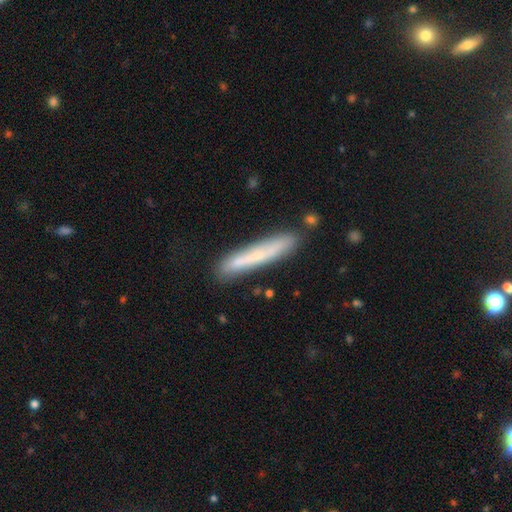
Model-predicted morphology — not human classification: smooth 53%, featured or disk 40%, star or artifact 7%. Down the decision tree: how rounded — cigar-shaped (94%); merging — none (81%).